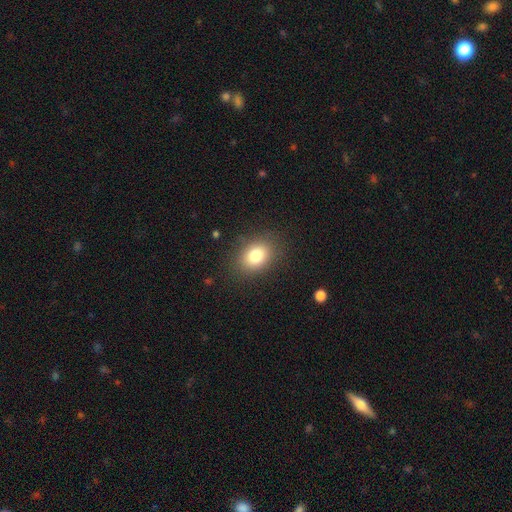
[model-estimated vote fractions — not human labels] Smooth or featured? smooth (81%)
How rounded? in between (67%)
Merging? none (85%)